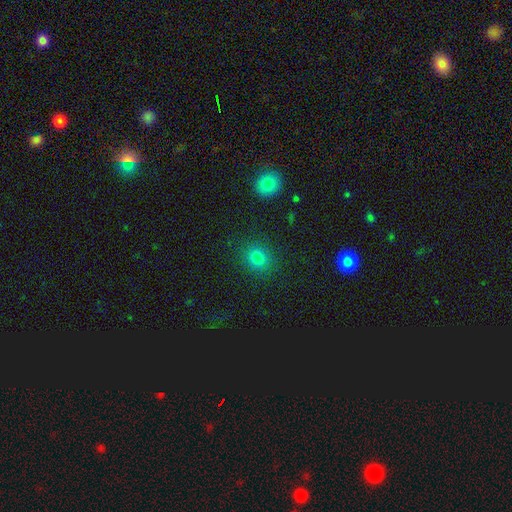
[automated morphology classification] Smooth or featured?
  - smooth: 79% *
  - star or artifact: 15%
  - featured or disk: 6%
How rounded?
  - round: 69% *
  - in between: 30%
  - cigar-shaped: 1%
Merging?
  - none: 86% *
  - minor disturbance: 9%
  - major disturbance: 3%
  - merger: 2%